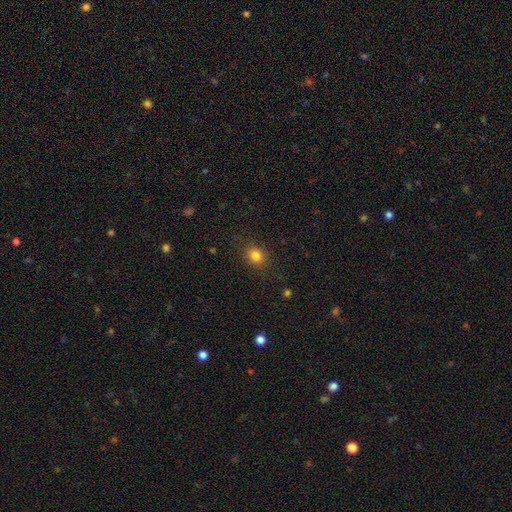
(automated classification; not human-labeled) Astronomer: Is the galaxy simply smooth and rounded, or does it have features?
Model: smooth — 82%.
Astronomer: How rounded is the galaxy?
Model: round — 69%.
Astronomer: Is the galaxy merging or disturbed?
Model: none — 87%.